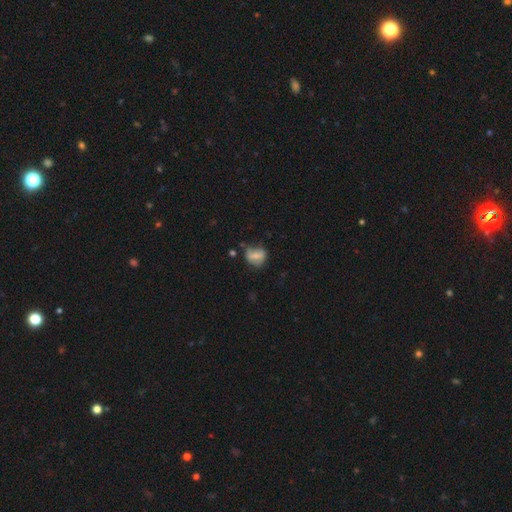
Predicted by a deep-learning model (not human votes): smooth 55%, featured or disk 36%, star or artifact 9%. Down the decision tree: how rounded — round (61%); merging — none (50%).